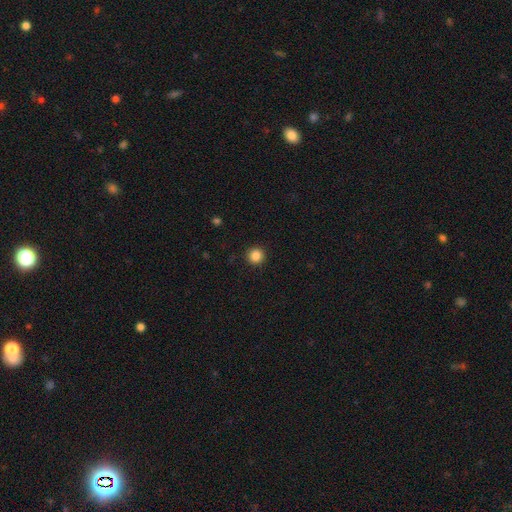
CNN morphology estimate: smooth_or_featured: smooth (p=0.86) [alt: star or artifact p=0.11]
how_rounded: round (p=0.95) [alt: in between p=0.04]
merging: none (p=0.93) [alt: minor disturbance p=0.05]